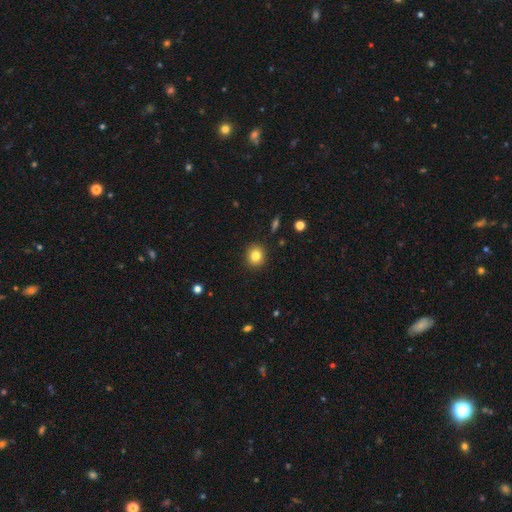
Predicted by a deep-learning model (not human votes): A smooth galaxy with no disk features (82%) that is round (80%). Merging: none (91%).